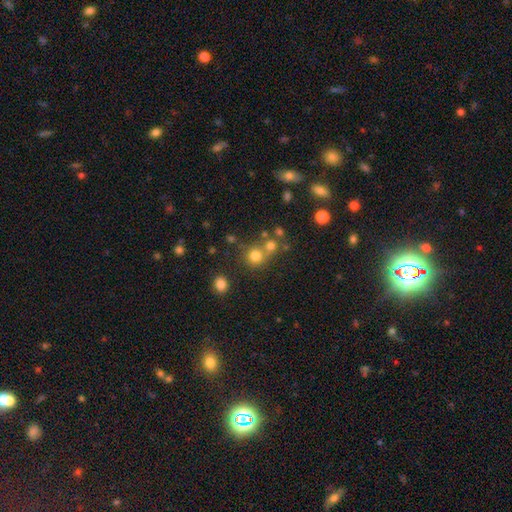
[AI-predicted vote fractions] smooth_or_featured: smooth (p=0.75) [alt: star or artifact p=0.16]
how_rounded: round (p=0.89) [alt: in between p=0.10]
merging: none (p=0.59) [alt: merger p=0.29]